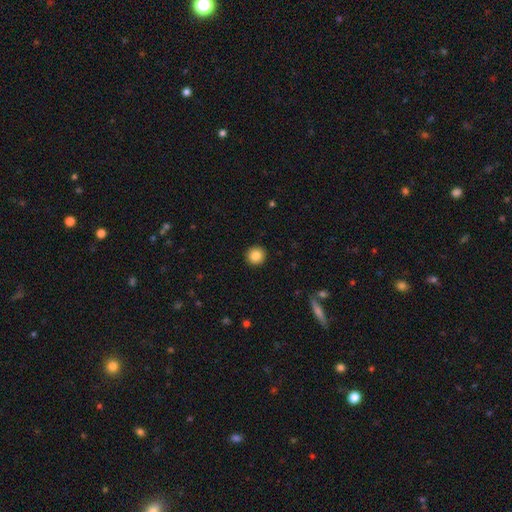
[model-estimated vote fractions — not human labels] A smooth galaxy with no disk features (85%) that is round (95%).

Vote fractions:
- Smooth or featured? smooth: 85% / star or artifact: 9% / featured or disk: 6%
- How rounded? round: 95% / in between: 4% / cigar-shaped: 1%
- Merging? none: 93% / minor disturbance: 4% / major disturbance: 1% / merger: 1%